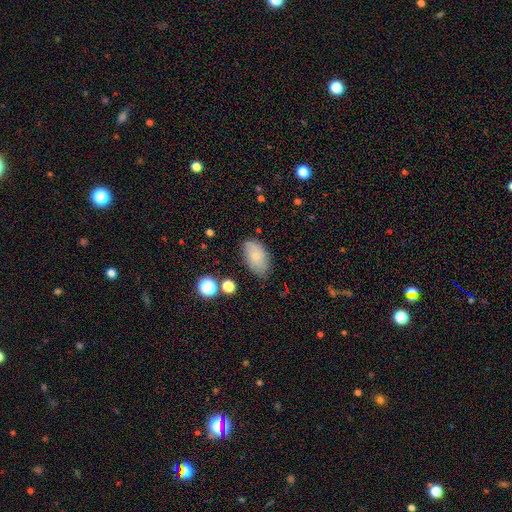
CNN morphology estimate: The model was most divided on "smooth or featured": smooth: 73%, featured or disk: 18%, star or artifact: 9%. More confident: how rounded — in between (92%); merging — none (74%).